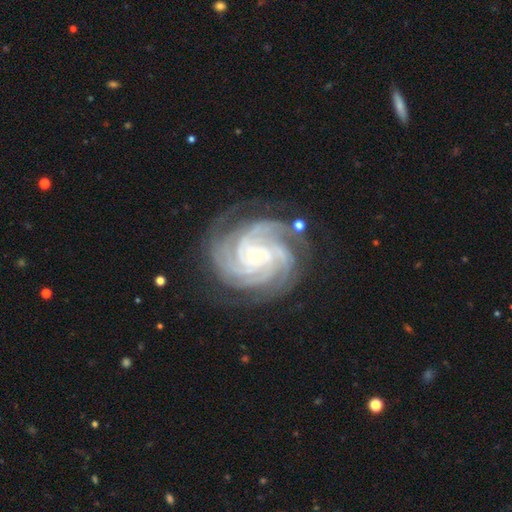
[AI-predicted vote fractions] Smooth or featured? featured or disk (93%)
Edge-on disk? no (98%)
Bar? no (68%)
Spiral arms? yes (99%)
Spiral winding? tight (80%)
Spiral arm count? 4 (40%)
Bulge size? small (81%)
Merging? none (79%)